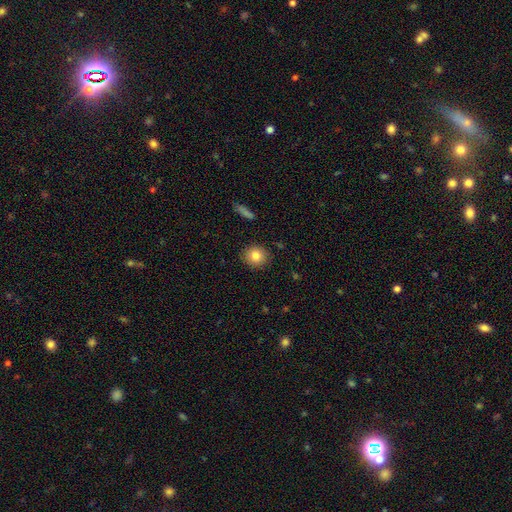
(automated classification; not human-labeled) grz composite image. It shows a smooth galaxy with no disk features (82%) that is round (84%). Merging: none (89%).